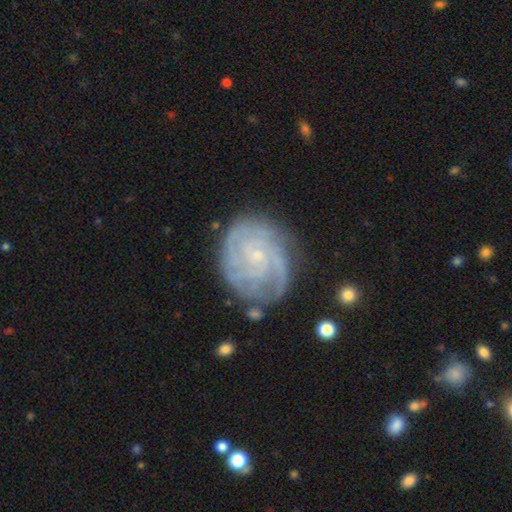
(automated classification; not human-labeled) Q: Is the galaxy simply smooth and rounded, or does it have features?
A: featured or disk — 86%.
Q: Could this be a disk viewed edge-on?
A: no — 98%.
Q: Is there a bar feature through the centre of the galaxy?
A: no — 72%.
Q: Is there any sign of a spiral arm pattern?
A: yes — 97%.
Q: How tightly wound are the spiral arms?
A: tight — 72%.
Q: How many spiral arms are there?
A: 3 — 27%.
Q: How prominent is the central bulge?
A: small — 84%.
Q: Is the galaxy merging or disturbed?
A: none — 72%.